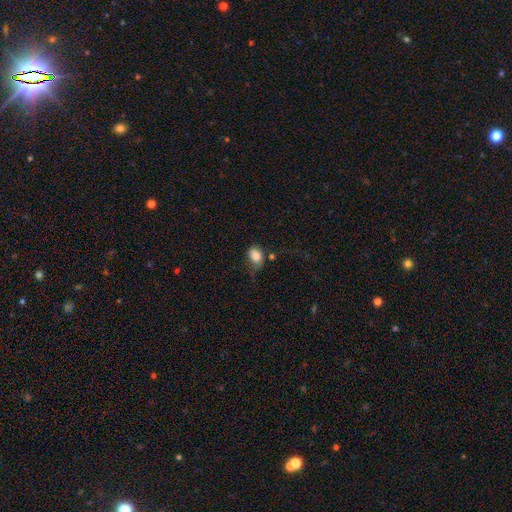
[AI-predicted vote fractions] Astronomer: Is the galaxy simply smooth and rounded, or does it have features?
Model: smooth — 83%.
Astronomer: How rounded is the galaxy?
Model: in between — 68%.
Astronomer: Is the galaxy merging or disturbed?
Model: none — 41% (runner-up: minor disturbance, 33%).